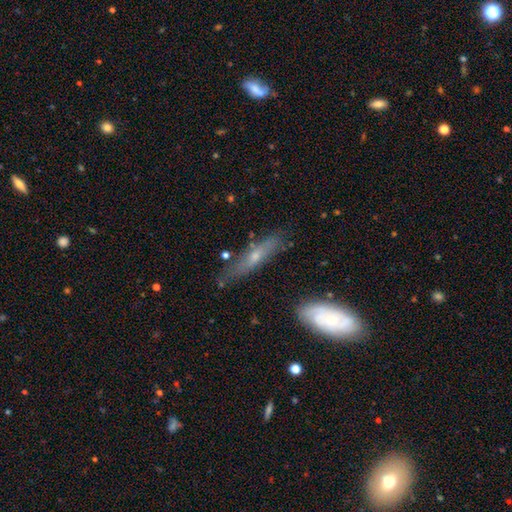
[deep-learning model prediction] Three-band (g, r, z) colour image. It shows a featured or disk galaxy (56%) viewed edge-on (73%). Merging: none (75%).